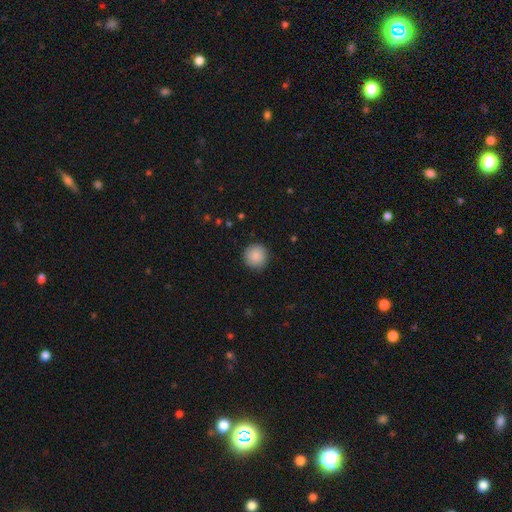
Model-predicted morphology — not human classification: Overall: smooth (89%). How rounded: round (95%). Merging: none (91%).